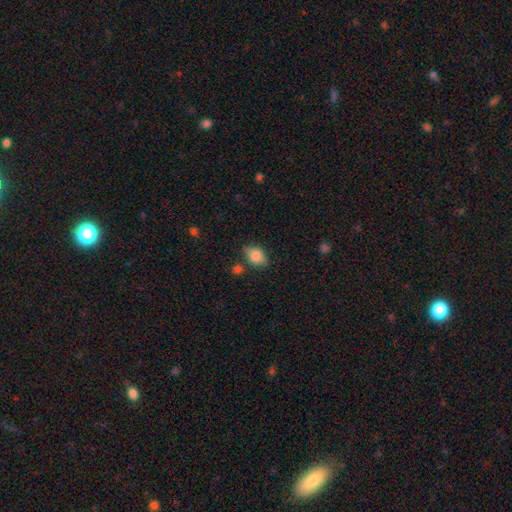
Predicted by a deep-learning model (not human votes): Smooth or featured? smooth (84%)
How rounded? in between (83%)
Merging? none (73%)